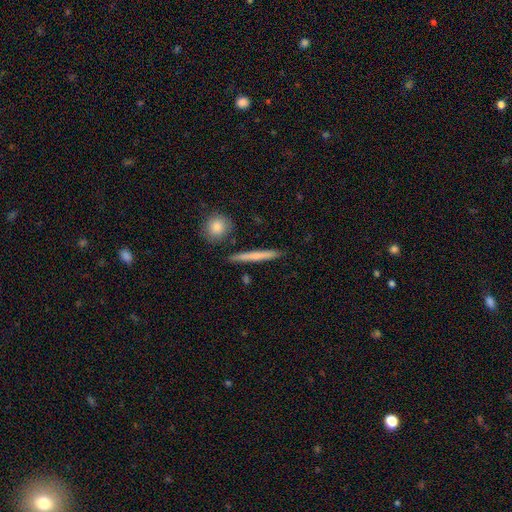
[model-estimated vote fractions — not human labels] This is likely a smooth galaxy (61%). How rounded: clearly cigar-shaped (94%). Merging: clearly none (89%).